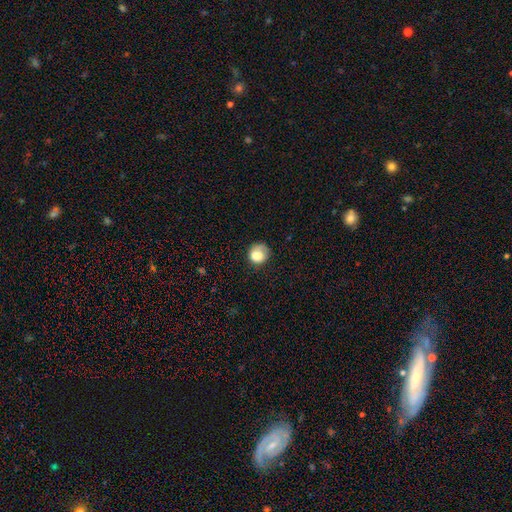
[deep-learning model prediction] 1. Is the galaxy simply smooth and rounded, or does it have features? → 77% smooth, 14% featured or disk, 9% star or artifact.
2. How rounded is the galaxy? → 77% round, 22% in between, 1% cigar-shaped.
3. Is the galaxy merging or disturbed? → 56% none, 26% minor disturbance, 15% major disturbance, 3% merger.